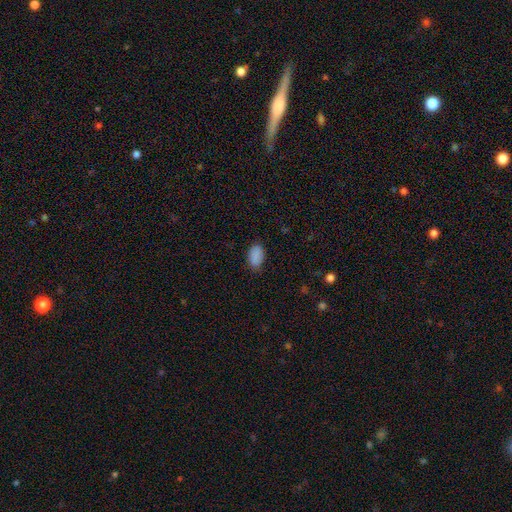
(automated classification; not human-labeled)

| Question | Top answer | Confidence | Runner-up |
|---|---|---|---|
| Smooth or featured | smooth | 88% | star or artifact (8%) |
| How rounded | in between | 93% | round (6%) |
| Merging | none | 80% | minor disturbance (16%) |